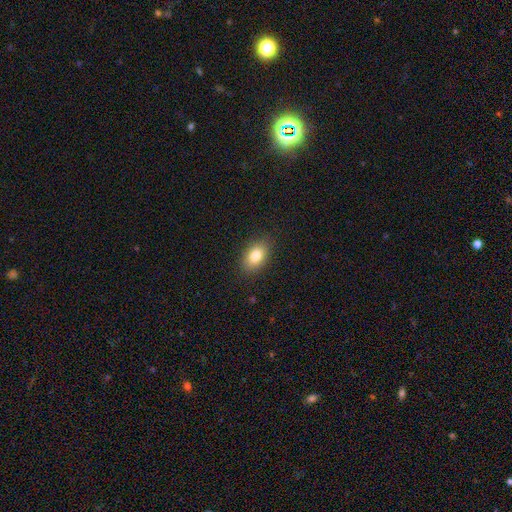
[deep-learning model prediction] Smooth or featured? Predicted: smooth (p=0.82). How rounded? Predicted: in between (p=0.88). Merging? Predicted: none (p=0.87).